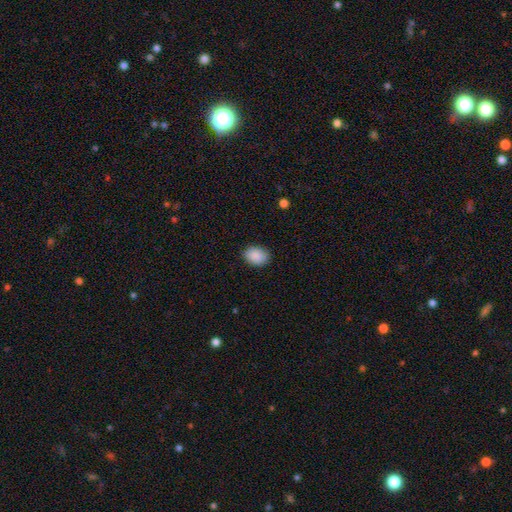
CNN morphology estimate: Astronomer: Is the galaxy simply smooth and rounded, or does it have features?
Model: smooth — 89%.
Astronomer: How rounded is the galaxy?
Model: in between — 64%.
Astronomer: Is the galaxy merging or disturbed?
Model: none — 87%.